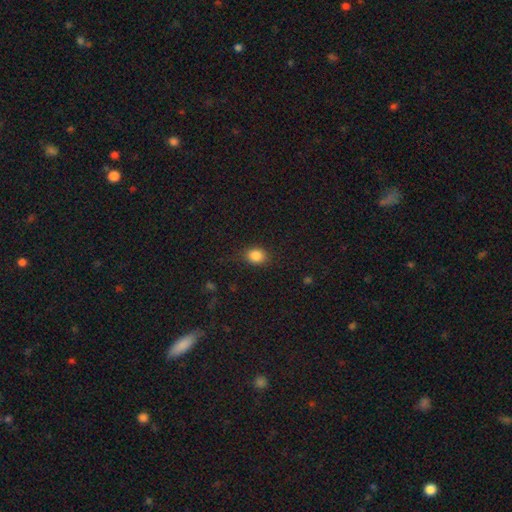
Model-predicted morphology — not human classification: smooth_or_featured: smooth (p=0.85) [alt: star or artifact p=0.10]
how_rounded: round (p=0.51) [alt: in between p=0.48]
merging: none (p=0.81) [alt: minor disturbance p=0.14]